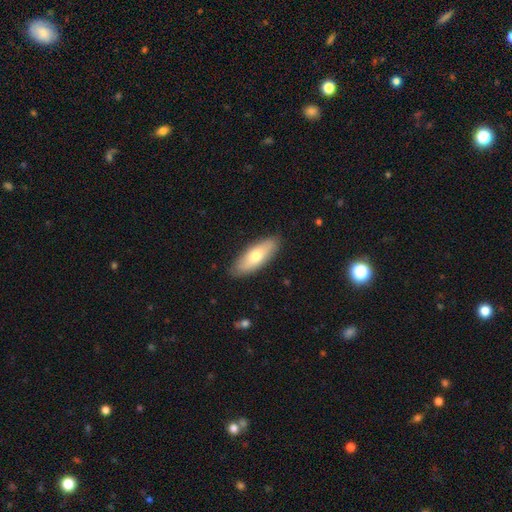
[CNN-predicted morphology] Q: Smooth or featured?
A: smooth (67%); runner-up: featured or disk (28%)
Q: How rounded?
A: in between (69%); runner-up: cigar-shaped (29%)
Q: Merging?
A: none (87%); runner-up: minor disturbance (10%)